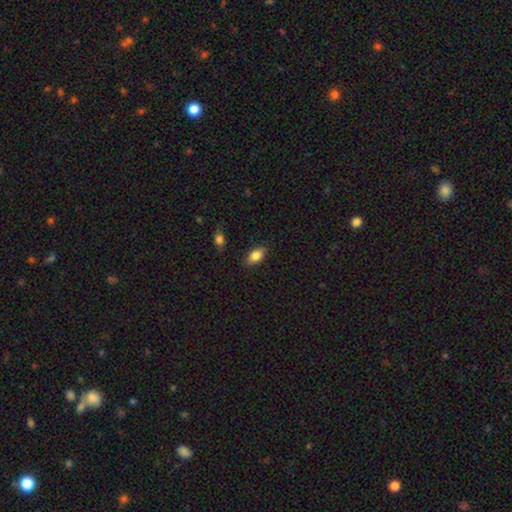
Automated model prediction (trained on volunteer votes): The model was most divided on "merging": none: 82%, minor disturbance: 13%, major disturbance: 3%, merger: 2%. More confident: how rounded — in between (88%); smooth or featured — smooth (83%).